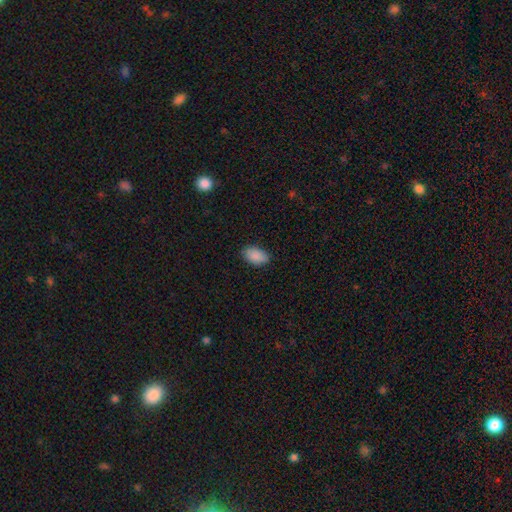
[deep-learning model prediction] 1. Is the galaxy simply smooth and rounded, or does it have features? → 89% smooth, 8% star or artifact, 4% featured or disk.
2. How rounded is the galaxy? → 92% in between, 6% round, 2% cigar-shaped.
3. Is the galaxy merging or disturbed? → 84% none, 12% minor disturbance, 3% major disturbance, 1% merger.